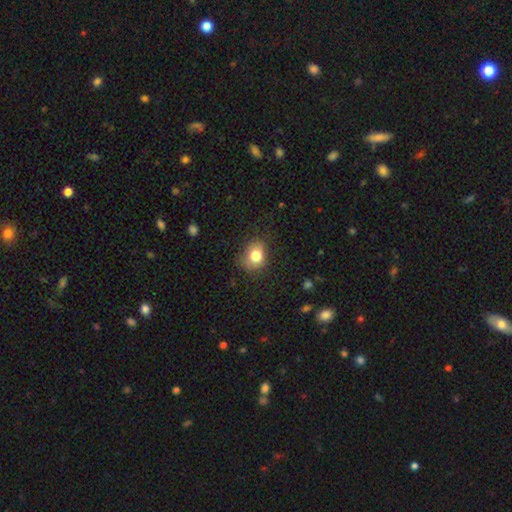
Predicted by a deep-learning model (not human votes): Overall: smooth (79%). How rounded: round (58%; in between 41%). Merging: none (67%).